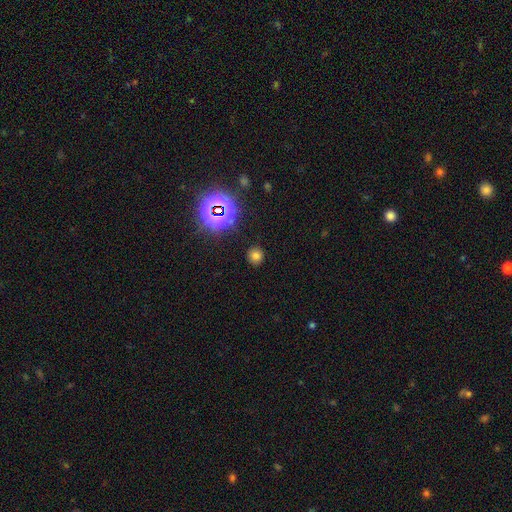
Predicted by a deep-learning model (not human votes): Morphology: type=smooth (69%); roundness=round (87%); merging=none (88%).